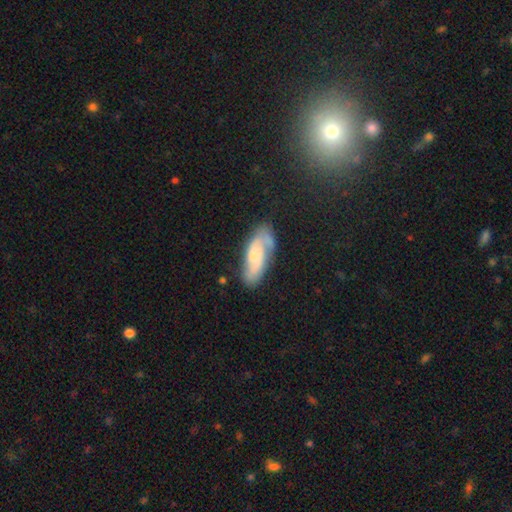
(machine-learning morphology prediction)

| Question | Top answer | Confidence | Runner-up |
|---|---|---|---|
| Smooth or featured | featured or disk | 66% | smooth (27%) |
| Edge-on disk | no | 92% | yes (8%) |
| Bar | no | 57% | weak (35%) |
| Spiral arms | yes | 92% | no (8%) |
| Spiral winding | medium | 47% | tight (30%) |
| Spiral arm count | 2 | 77% | can't tell (13%) |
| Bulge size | small | 44% | moderate (33%) |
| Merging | none | 67% | minor disturbance (22%) |